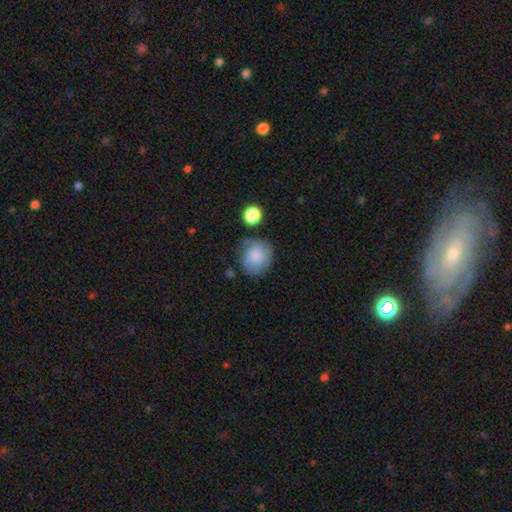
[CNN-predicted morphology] This is likely a smooth galaxy (75%). How rounded: likely round (73%). Merging: possibly none (57%).